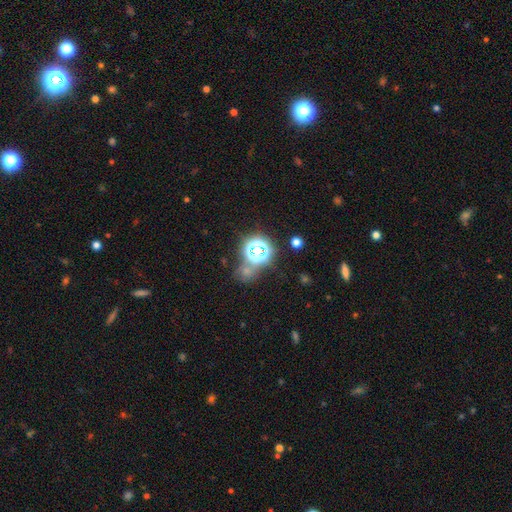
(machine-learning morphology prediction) type=star or artifact (65%).